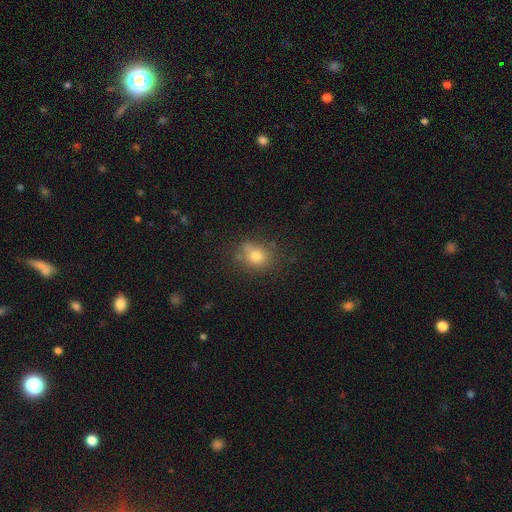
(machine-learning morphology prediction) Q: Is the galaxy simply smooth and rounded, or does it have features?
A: smooth — 76%.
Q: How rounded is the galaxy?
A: round — 64%.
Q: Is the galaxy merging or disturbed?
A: none — 67%.